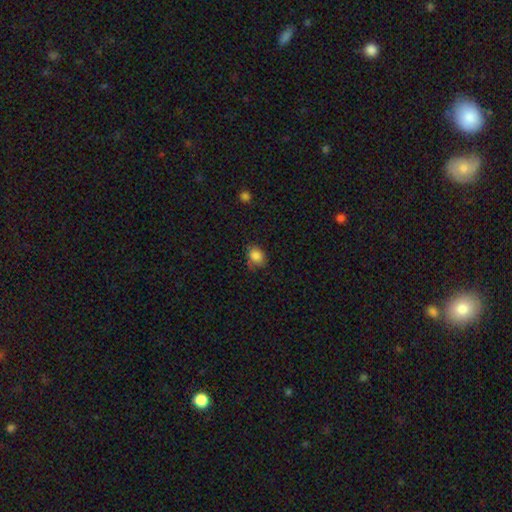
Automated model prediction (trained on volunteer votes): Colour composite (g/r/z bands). It shows a smooth galaxy with no disk features (83%) that is round (54%). Merging: none (62%).